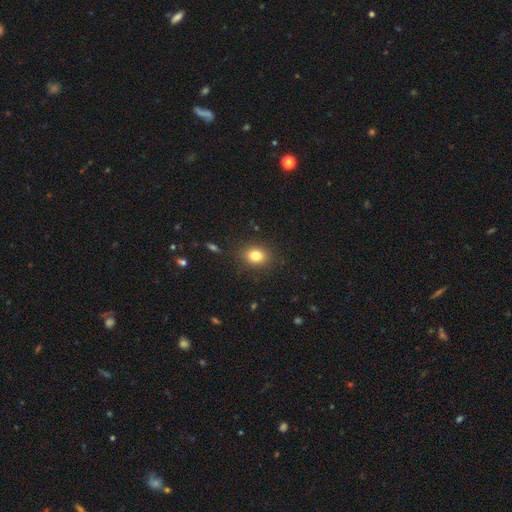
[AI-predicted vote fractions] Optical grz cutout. It shows a smooth galaxy with no disk features (81%) that is round (50%). Merging: none (87%).